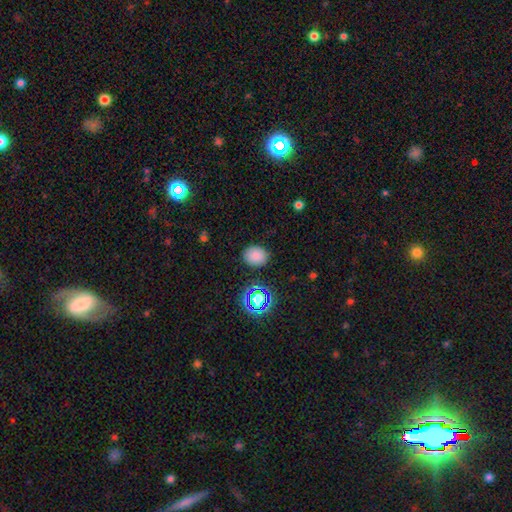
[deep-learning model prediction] smooth 78%, star or artifact 16%, featured or disk 5%. Down the decision tree: how rounded — round (52%); merging — none (85%).